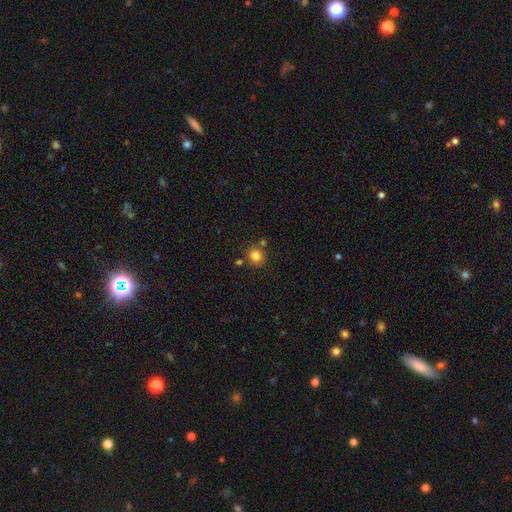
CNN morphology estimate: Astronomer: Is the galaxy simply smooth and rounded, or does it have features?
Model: smooth — 82%.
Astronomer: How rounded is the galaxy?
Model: round — 89%.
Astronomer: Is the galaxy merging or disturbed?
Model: none — 79%.